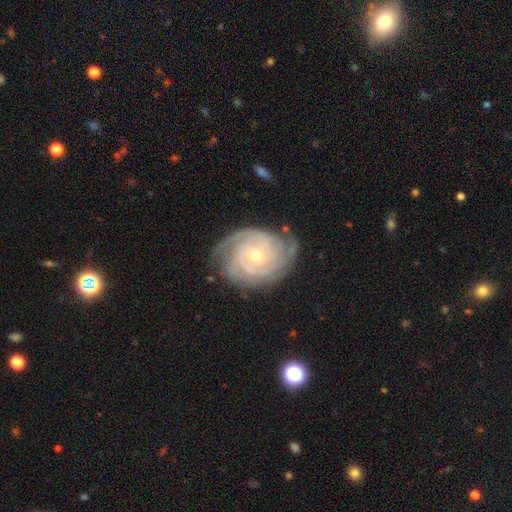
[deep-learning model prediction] Smooth or featured: featured or disk — 89% (smooth — 6%)
Edge-on disk: no — 97% (yes — 3%)
Bar: no — 71% (weak — 23%)
Spiral arms: yes — 98% (no — 2%)
Spiral winding: tight — 81% (medium — 16%)
Spiral arm count: 3 — 29% (can't tell — 20%)
Bulge size: small — 49% (moderate — 48%)
Merging: none — 77% (minor disturbance — 17%)